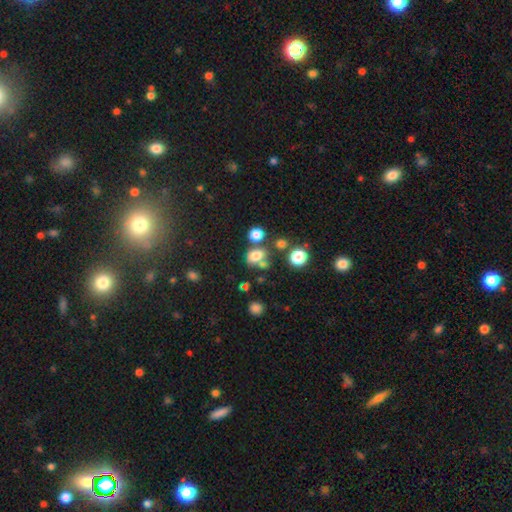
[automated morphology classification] smooth 72%, star or artifact 17%, featured or disk 11%. Down the decision tree: how rounded — in between (54%); merging — none (51%).